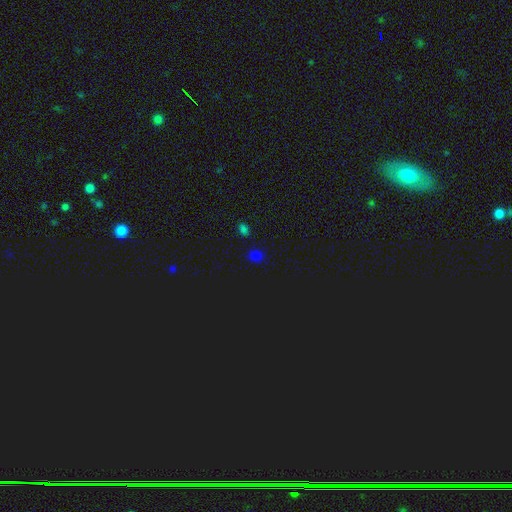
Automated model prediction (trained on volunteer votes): Overall: smooth (58%; star or artifact 38%). How rounded: round (67%; in between 31%). Merging: none (82%).